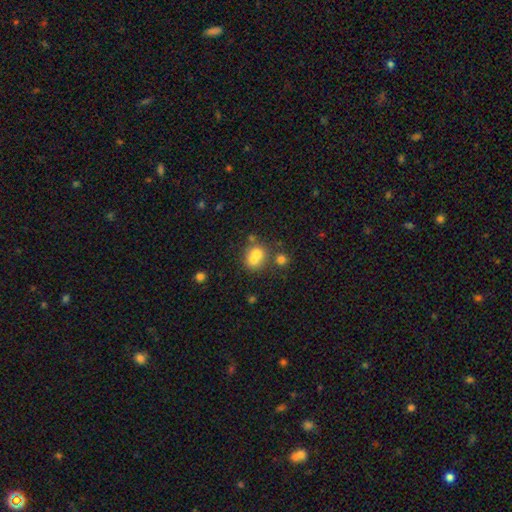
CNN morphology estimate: smooth-or-featured: smooth: 70% | featured or disk: 17% | star or artifact: 13%
  how-rounded: round: 63% | in between: 36% | cigar-shaped: 1%
  merging: merger: 52% | none: 34% | minor disturbance: 10% | major disturbance: 5%